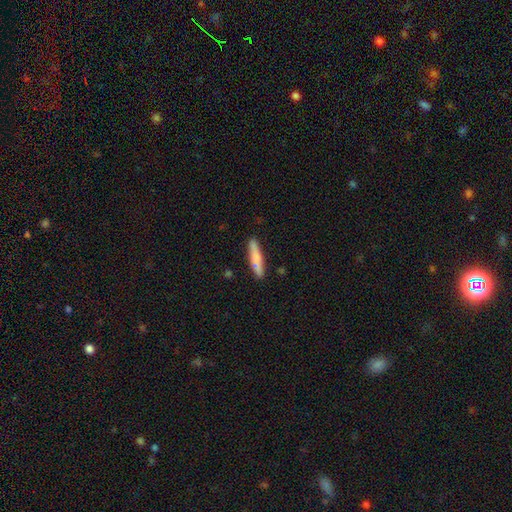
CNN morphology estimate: This appears to be a smooth galaxy with no disk features (73%) that is cigar-shaped (88%). Merging: none (85%).